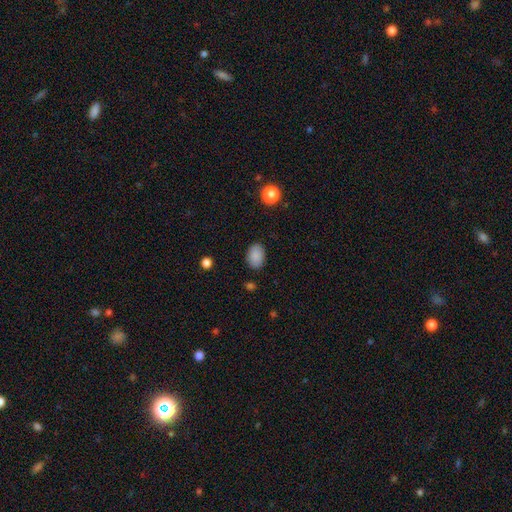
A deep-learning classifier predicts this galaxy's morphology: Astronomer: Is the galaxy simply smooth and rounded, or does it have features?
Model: smooth — 88%.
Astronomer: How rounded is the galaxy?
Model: in between — 85%.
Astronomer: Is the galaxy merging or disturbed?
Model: none — 85%.